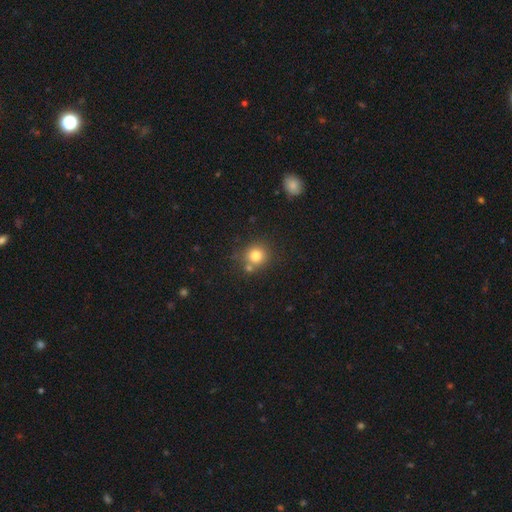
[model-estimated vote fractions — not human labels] smooth-or-featured: smooth: 79% | star or artifact: 12% | featured or disk: 8%
  how-rounded: round: 89% | in between: 10% | cigar-shaped: 1%
  merging: none: 73% | merger: 15% | minor disturbance: 10% | major disturbance: 3%